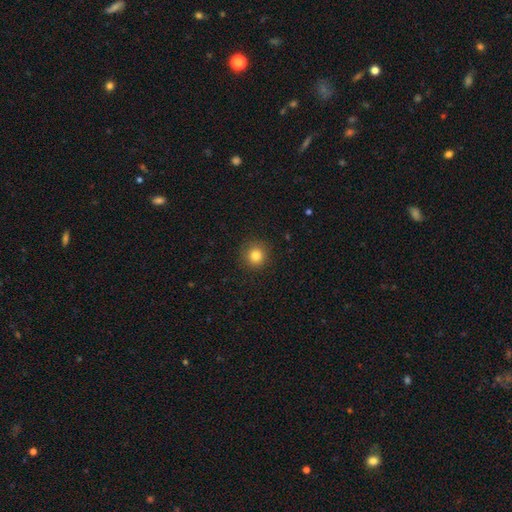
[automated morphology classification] The model was most divided on "smooth or featured": smooth: 82%, star or artifact: 12%, featured or disk: 6%. More confident: how rounded — round (94%); merging — none (91%).